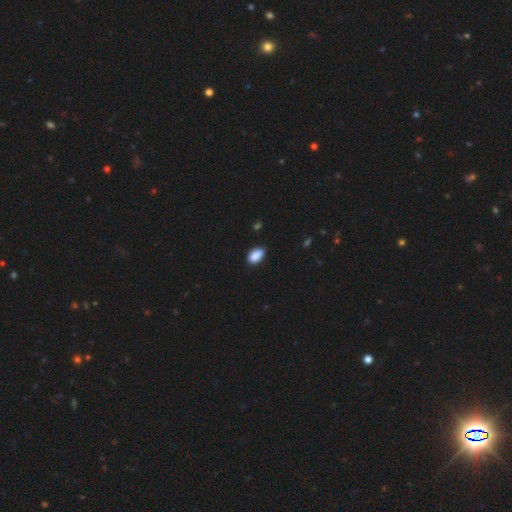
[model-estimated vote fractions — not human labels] Smooth or featured? smooth (89%)
How rounded? in between (93%)
Merging? none (82%)